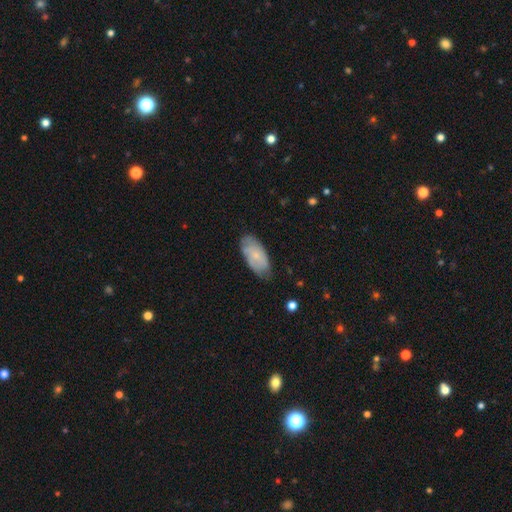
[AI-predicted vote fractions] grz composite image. It shows a smooth galaxy with no disk features (57%) that is in between round and cigar-shaped (91%). Merging: none (70%).